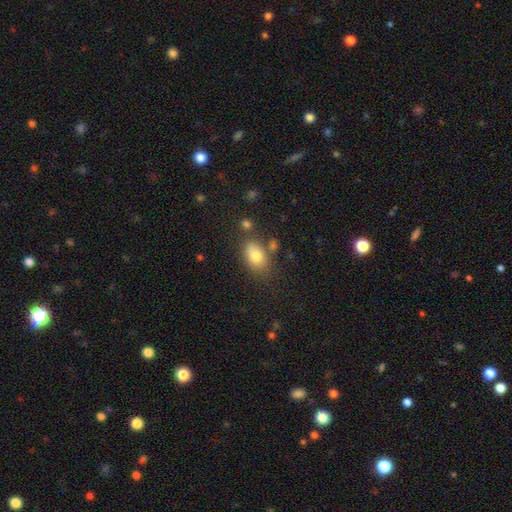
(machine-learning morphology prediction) This is clearly a smooth galaxy (81%). How rounded: clearly in between (85%). Merging: likely none (69%).